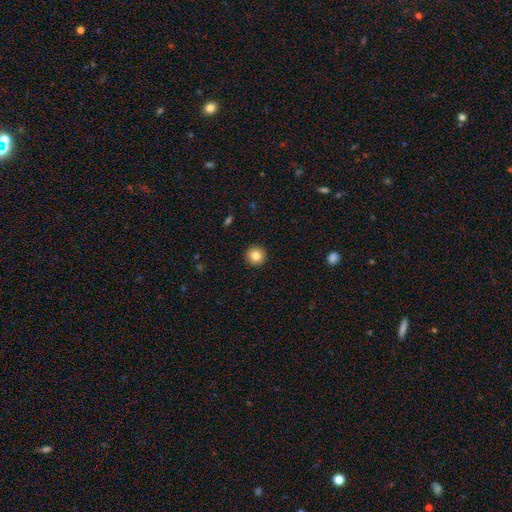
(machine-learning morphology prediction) Smooth or featured?
  - smooth: 83% *
  - star or artifact: 10%
  - featured or disk: 7%
How rounded?
  - round: 96% *
  - in between: 3%
  - cigar-shaped: 1%
Merging?
  - none: 93% *
  - minor disturbance: 4%
  - major disturbance: 2%
  - merger: 1%